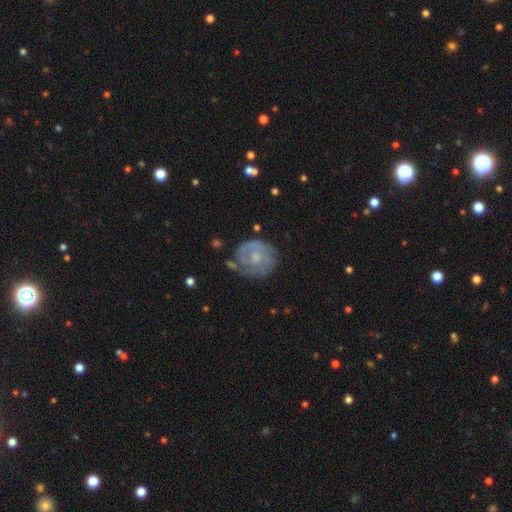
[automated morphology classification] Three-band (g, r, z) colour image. It shows a featured or disk galaxy (72%) with no bar (69%), 2 (35%) tight (62%) spiral arms (83%) and a small central bulge (49%). Merging: none (63%).